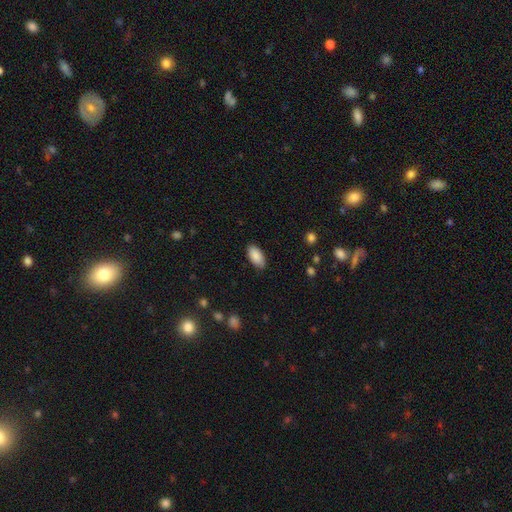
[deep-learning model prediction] Smooth or featured? smooth (89%)
How rounded? in between (94%)
Merging? none (86%)